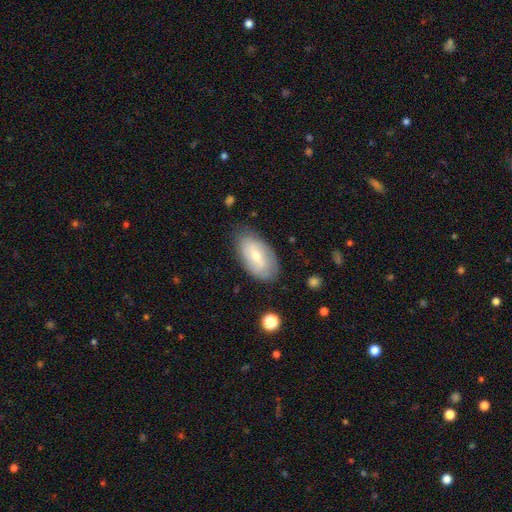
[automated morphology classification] Overall: smooth (50%; featured or disk 43%). Merging: none (76%).